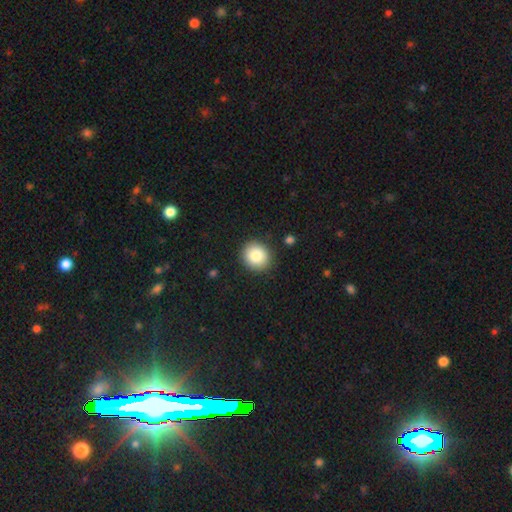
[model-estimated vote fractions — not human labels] A smooth galaxy with no disk features (84%) that is round (81%). Merging: none (89%).